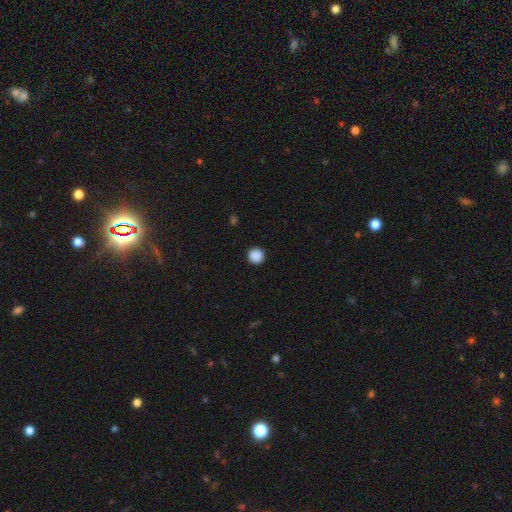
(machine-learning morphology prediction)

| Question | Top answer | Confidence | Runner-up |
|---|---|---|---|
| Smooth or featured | smooth | 89% | star or artifact (9%) |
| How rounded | round | 96% | in between (3%) |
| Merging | none | 93% | minor disturbance (4%) |